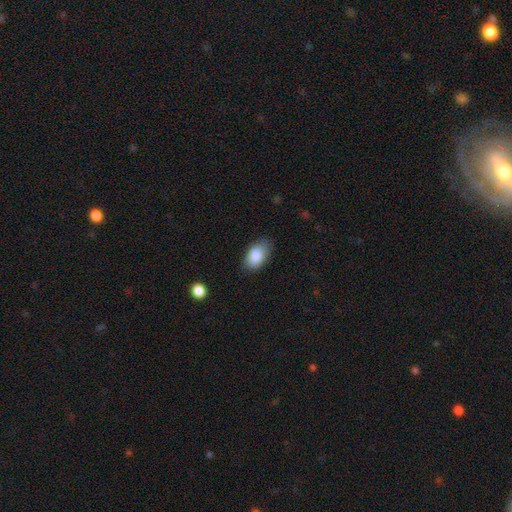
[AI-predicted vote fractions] smooth 88%, star or artifact 7%, featured or disk 6%. Down the decision tree: how rounded — in between (93%); merging — none (75%).